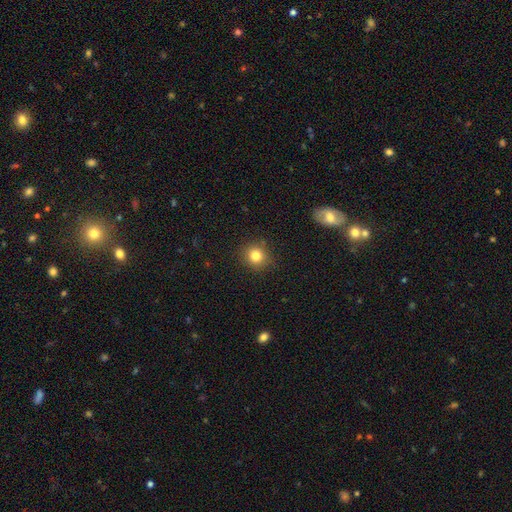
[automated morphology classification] Q: Smooth or featured?
A: smooth (82%); runner-up: star or artifact (12%)
Q: How rounded?
A: round (88%); runner-up: in between (11%)
Q: Merging?
A: none (88%); runner-up: minor disturbance (8%)